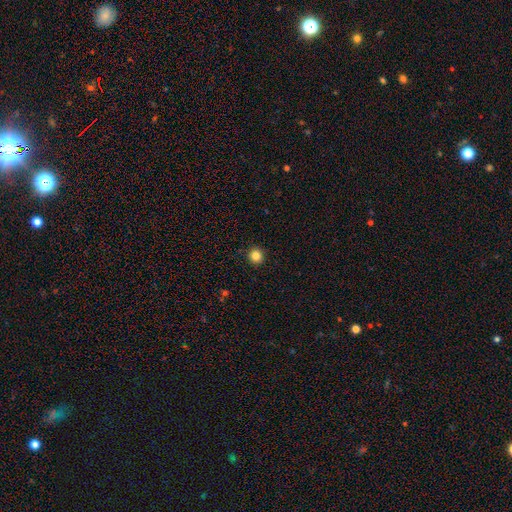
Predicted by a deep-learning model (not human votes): Overall: smooth (85%). How rounded: round (94%). Merging: none (93%).